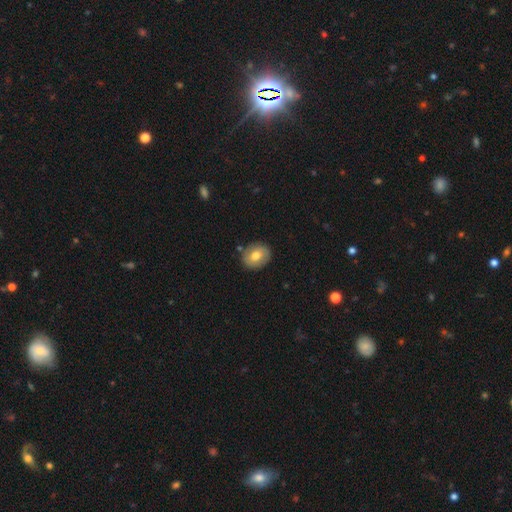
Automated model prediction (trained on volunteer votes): This appears to be a smooth galaxy with no disk features (68%) that is round (55%). Merging: none (84%).